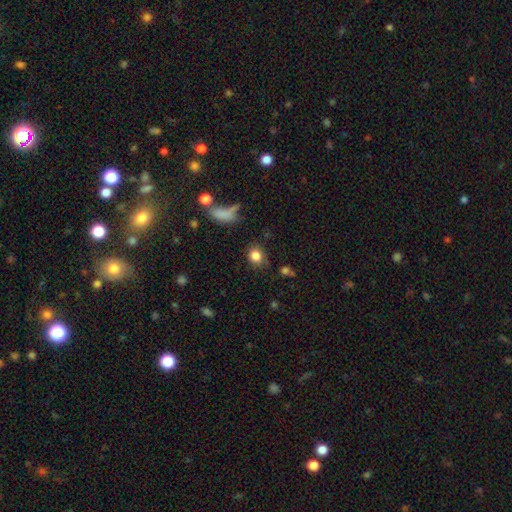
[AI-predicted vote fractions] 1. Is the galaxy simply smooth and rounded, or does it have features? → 84% smooth, 10% star or artifact, 6% featured or disk.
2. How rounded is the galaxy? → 63% round, 35% in between, 2% cigar-shaped.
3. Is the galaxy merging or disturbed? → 74% none, 16% minor disturbance, 6% major disturbance, 4% merger.